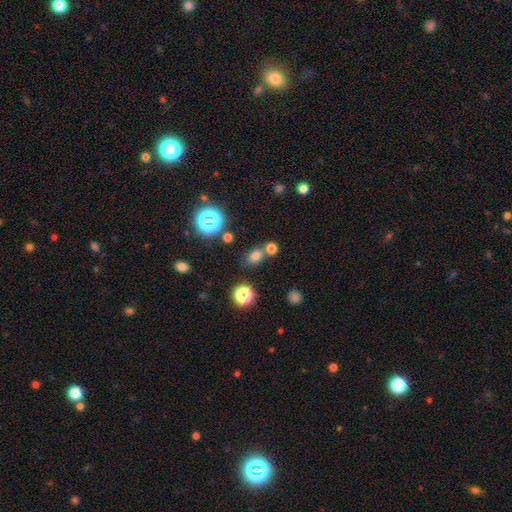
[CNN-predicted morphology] A smooth galaxy with no disk features (69%) that is in between round and cigar-shaped (61%). Merging: none (64%).